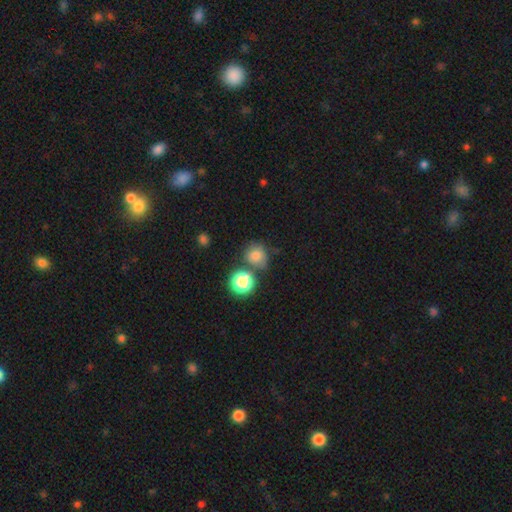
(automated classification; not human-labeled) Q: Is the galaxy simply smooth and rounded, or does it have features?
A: smooth — 77%.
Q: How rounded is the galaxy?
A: round — 80%.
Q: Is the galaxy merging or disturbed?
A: none — 55%.